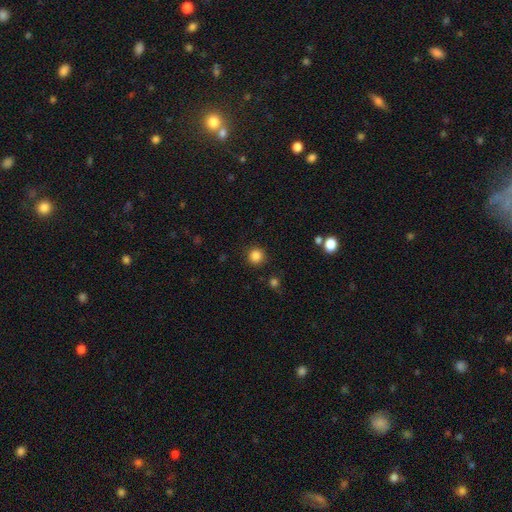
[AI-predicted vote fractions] smooth-or-featured: smooth: 84% | star or artifact: 12% | featured or disk: 4%
  how-rounded: round: 94% | in between: 5% | cigar-shaped: 1%
  merging: none: 90% | minor disturbance: 6% | major disturbance: 2% | merger: 2%